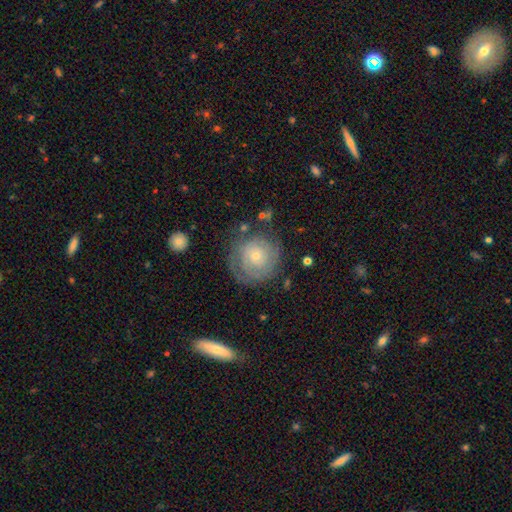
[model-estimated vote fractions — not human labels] A featured or disk galaxy (62%) with no bar (81%), spiral arms (80%) and a small central bulge (68%).

Vote fractions:
- Smooth or featured? featured or disk: 62% / smooth: 30% / star or artifact: 8%
- Edge-on disk? no: 96% / yes: 4%
- Bar? no: 81% / weak: 16% / strong: 3%
- Spiral arms? yes: 80% / no: 20%
- Bulge size? small: 68% / moderate: 27% / large: 2% / none: 2% / dominant: 1%
- Merging? none: 72% / minor disturbance: 17% / major disturbance: 9% / merger: 2%